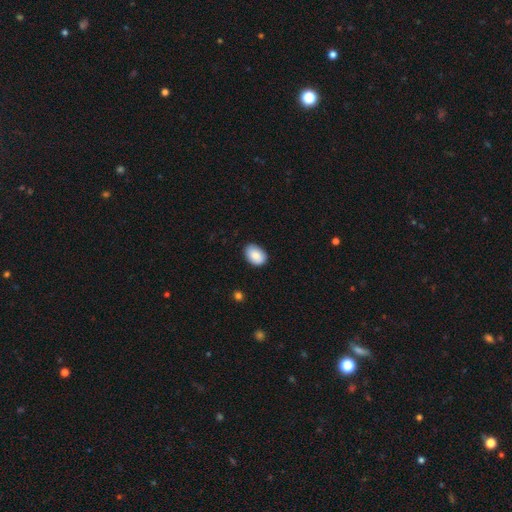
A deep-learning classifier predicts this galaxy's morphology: type=smooth (87%); roundness=in between (82%); merging=none (84%).